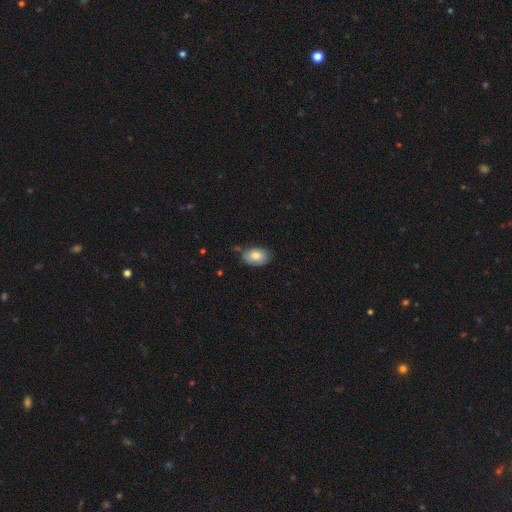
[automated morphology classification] Overall: smooth (82%). How rounded: in between (88%). Merging: none (72%).